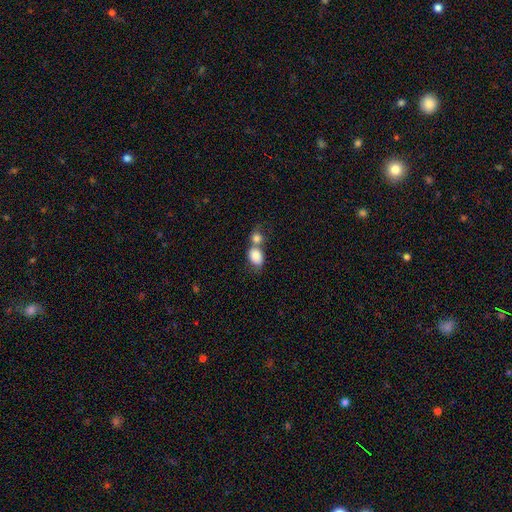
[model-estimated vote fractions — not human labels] smooth-or-featured: smooth: 83% | featured or disk: 9% | star or artifact: 8%
  how-rounded: in between: 65% | round: 33% | cigar-shaped: 1%
  merging: merger: 62% | none: 23% | minor disturbance: 9% | major disturbance: 6%